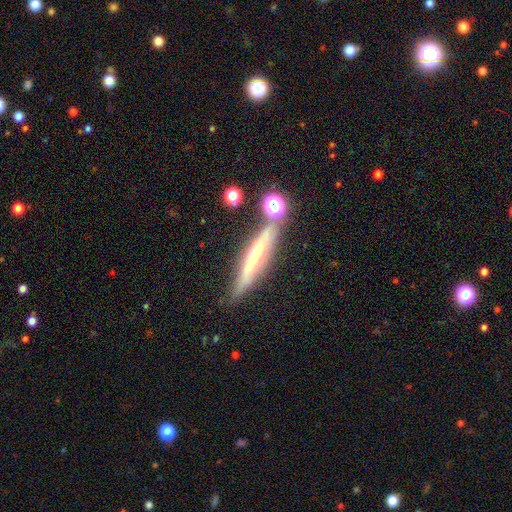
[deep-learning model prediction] smooth_or_featured: featured or disk (p=0.61) [alt: smooth p=0.29]
disk_edge_on: yes (p=0.87) [alt: no p=0.13]
edge_on_bulge: rounded (p=0.56) [alt: none p=0.34]
merging: none (p=0.70) [alt: minor disturbance p=0.15]